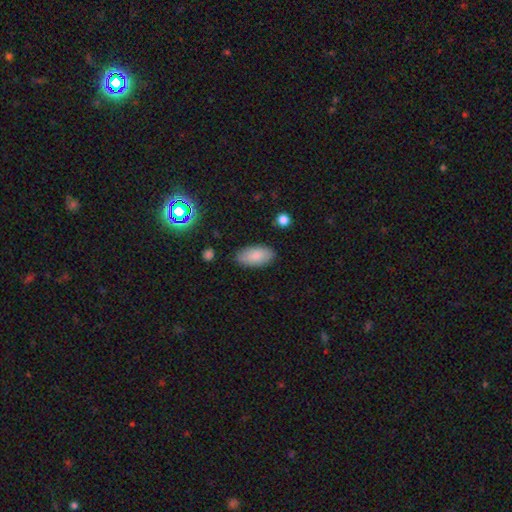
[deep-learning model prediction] Smooth or featured? smooth (84%)
How rounded? in between (93%)
Merging? none (85%)